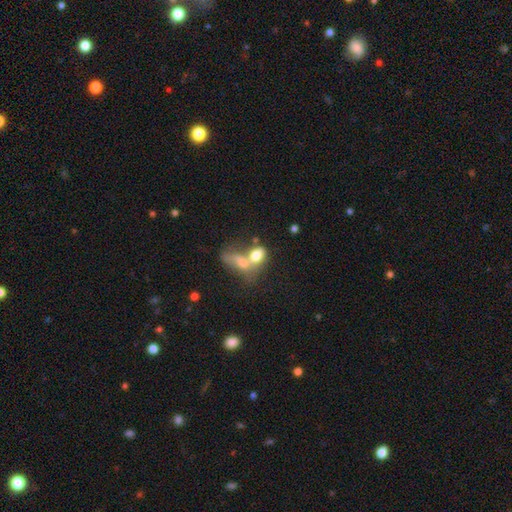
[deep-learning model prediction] This appears to be a smooth galaxy with no disk features (69%) that is in between round and cigar-shaped (75%). Merging: merger (70%).